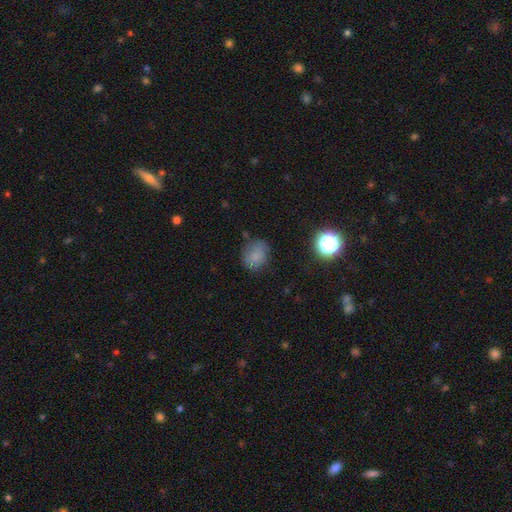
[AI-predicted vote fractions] A smooth galaxy with no disk features (78%) that is round (63%).

Vote fractions:
- Smooth or featured? smooth: 78% / star or artifact: 13% / featured or disk: 9%
- How rounded? round: 63% / in between: 36% / cigar-shaped: 1%
- Merging? none: 73% / minor disturbance: 20% / major disturbance: 6% / merger: 2%